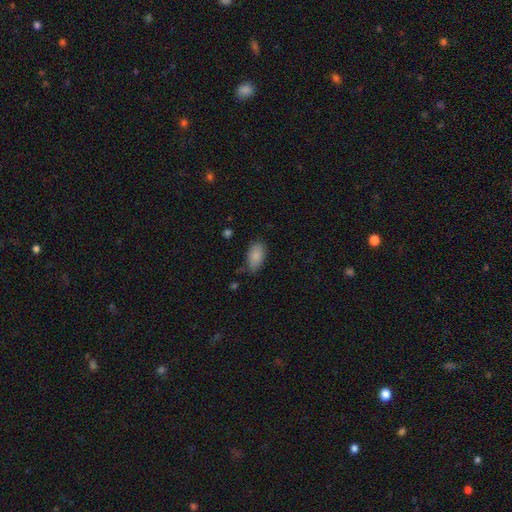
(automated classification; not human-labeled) This appears to be a smooth galaxy with no disk features (88%) that is in between round and cigar-shaped (93%). Merging: none (70%).